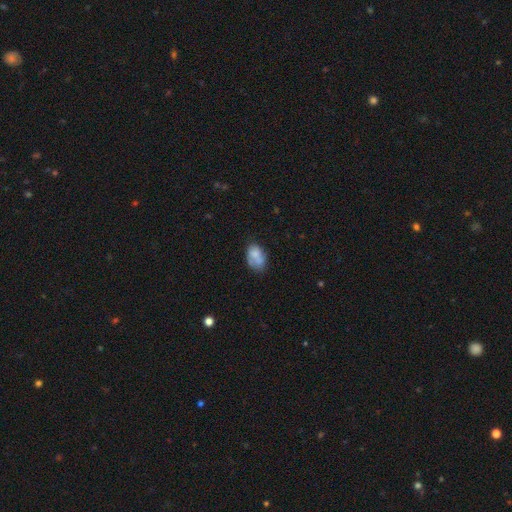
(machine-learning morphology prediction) This is likely a smooth galaxy (67%). How rounded: clearly in between (84%). Merging: marginally none (42%).